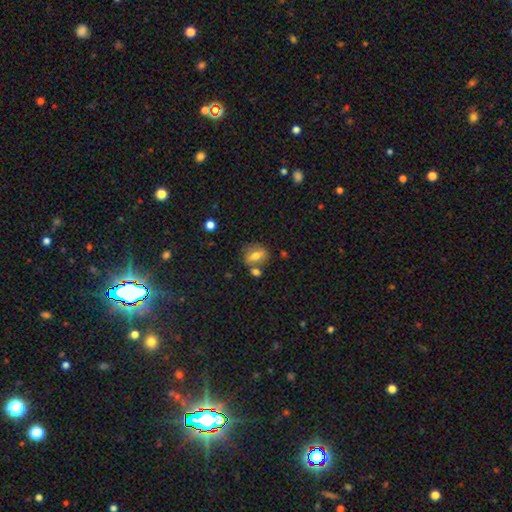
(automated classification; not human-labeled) Smooth or featured? smooth (61%)
How rounded? in between (65%)
Merging? none (61%)